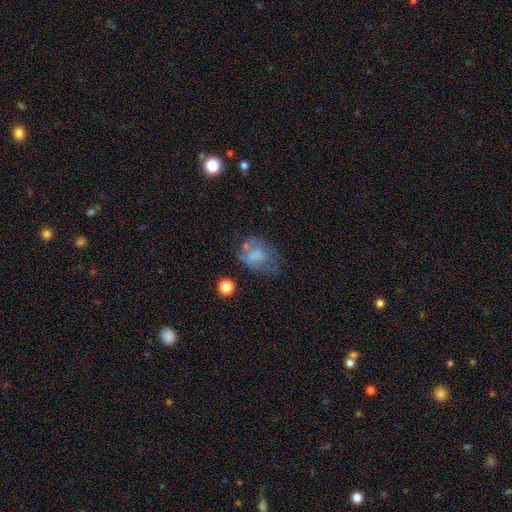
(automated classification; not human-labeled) smooth 63%, featured or disk 26%, star or artifact 11%. Down the decision tree: how rounded — in between (57%); merging — none (34%).